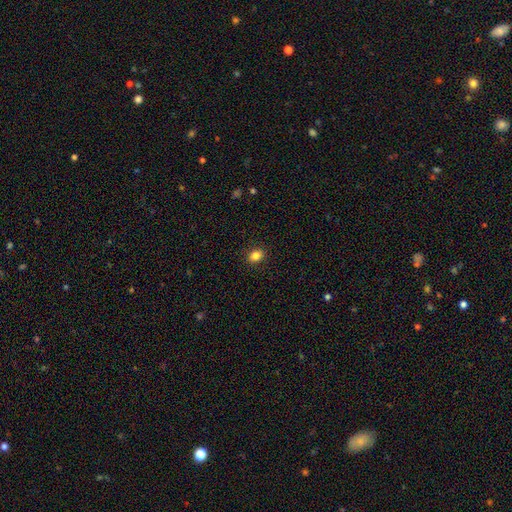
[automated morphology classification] A smooth galaxy with no disk features (84%) that is in between round and cigar-shaped (52%).

Vote fractions:
- Smooth or featured? smooth: 84% / star or artifact: 11% / featured or disk: 5%
- How rounded? in between: 52% / round: 47% / cigar-shaped: 1%
- Merging? none: 90% / minor disturbance: 7% / major disturbance: 2% / merger: 1%